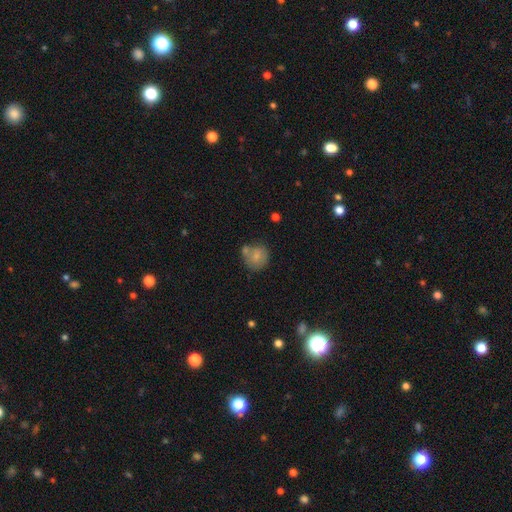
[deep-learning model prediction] Smooth or featured? Predicted: smooth (p=0.76). How rounded? Predicted: round (p=0.82). Merging? Predicted: none (p=0.49).